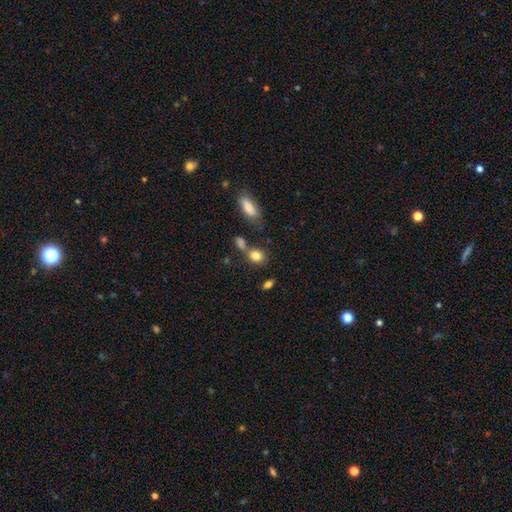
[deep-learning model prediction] A smooth galaxy with no disk features (82%) that is in between round and cigar-shaped (54%).

Vote fractions:
- Smooth or featured? smooth: 82% / star or artifact: 10% / featured or disk: 8%
- How rounded? in between: 54% / round: 44% / cigar-shaped: 2%
- Merging? none: 60% / merger: 20% / minor disturbance: 15% / major disturbance: 5%